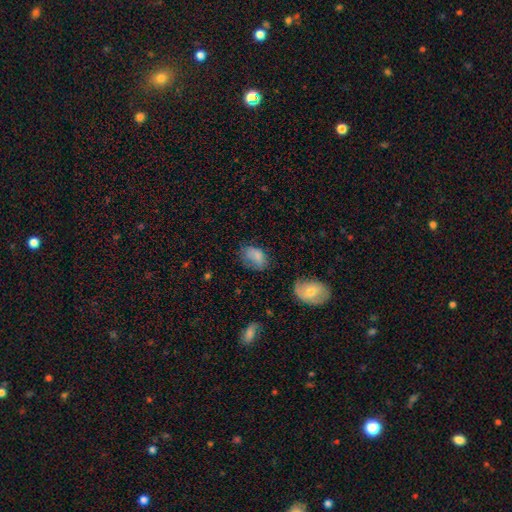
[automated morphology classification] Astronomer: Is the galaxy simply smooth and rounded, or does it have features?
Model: smooth — 77%.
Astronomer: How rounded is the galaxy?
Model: in between — 82%.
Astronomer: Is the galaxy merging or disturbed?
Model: none — 53% (runner-up: minor disturbance, 30%).